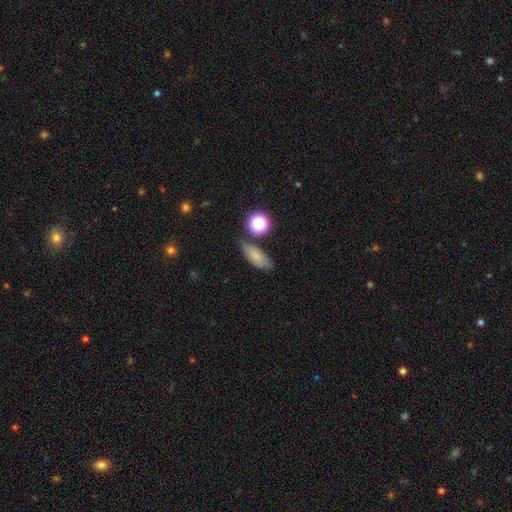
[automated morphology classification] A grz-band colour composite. It shows a smooth galaxy with no disk features (76%) that is in between round and cigar-shaped (71%). Merging: none (71%).